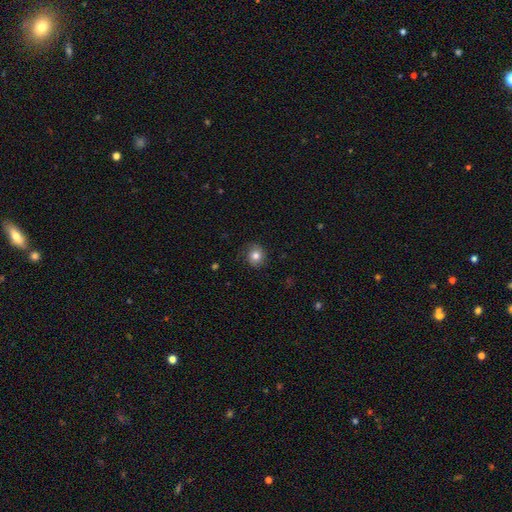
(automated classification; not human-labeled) This is likely a smooth galaxy (79%). How rounded: clearly round (82%). Merging: clearly none (81%).